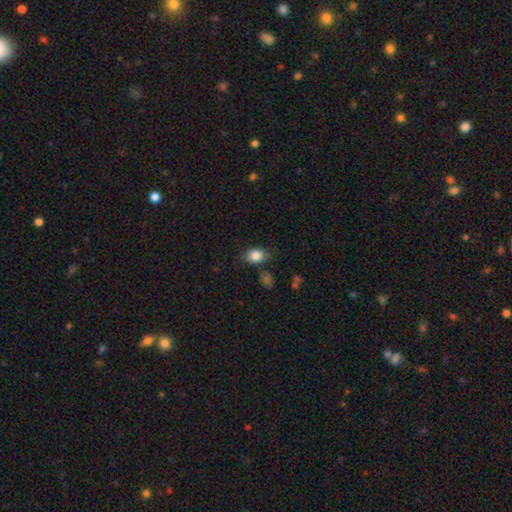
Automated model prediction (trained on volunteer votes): smooth-or-featured: smooth: 85% | star or artifact: 9% | featured or disk: 7%
  how-rounded: in between: 76% | round: 23% | cigar-shaped: 1%
  merging: none: 75% | minor disturbance: 17% | merger: 4% | major disturbance: 4%